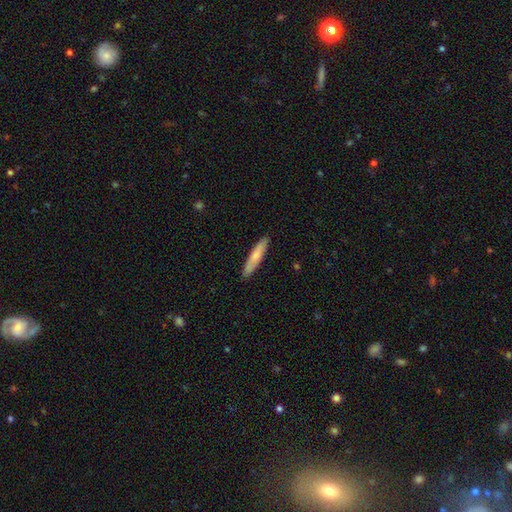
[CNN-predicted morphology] A smooth galaxy with no disk features (73%) that is cigar-shaped (90%).

Vote fractions:
- Smooth or featured? smooth: 73% / featured or disk: 22% / star or artifact: 5%
- How rounded? cigar-shaped: 90% / in between: 9% / round: 1%
- Merging? none: 90% / minor disturbance: 8% / major disturbance: 1% / merger: 1%